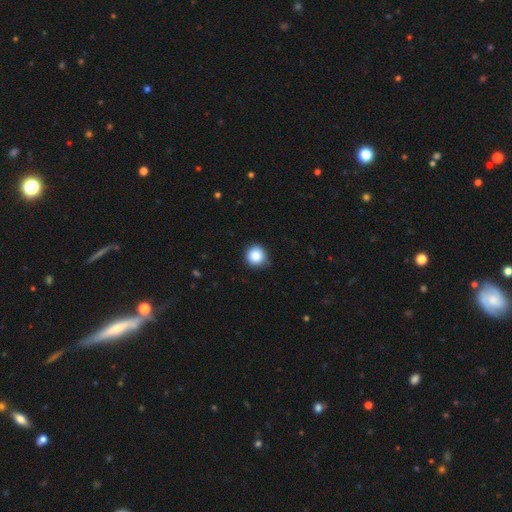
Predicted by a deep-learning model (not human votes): Smooth or featured? Predicted: smooth (p=0.87). How rounded? Predicted: round (p=0.94). Merging? Predicted: none (p=0.85).